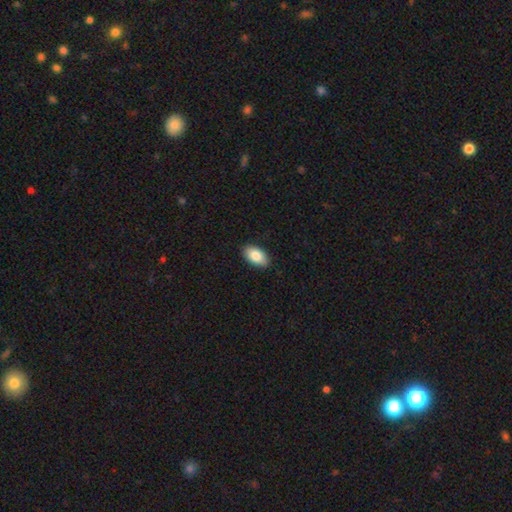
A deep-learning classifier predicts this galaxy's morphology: Smooth or featured?
  - smooth: 86% *
  - featured or disk: 7%
  - star or artifact: 7%
How rounded?
  - in between: 95% *
  - round: 4%
  - cigar-shaped: 2%
Merging?
  - none: 89% *
  - minor disturbance: 8%
  - major disturbance: 2%
  - merger: 1%